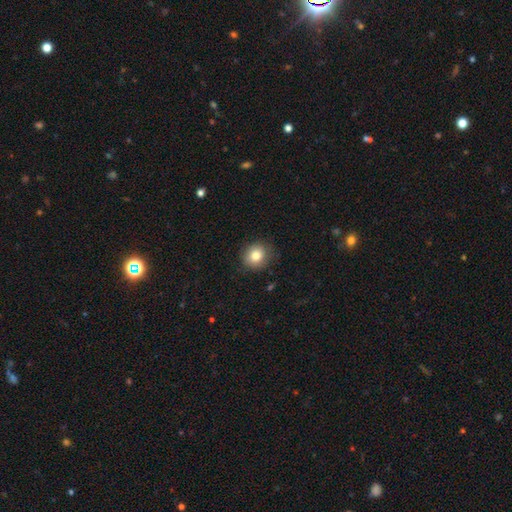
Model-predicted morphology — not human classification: A smooth galaxy with no disk features (82%) that is round (85%).

Vote fractions:
- Smooth or featured? smooth: 82% / star or artifact: 10% / featured or disk: 8%
- How rounded? round: 85% / in between: 14% / cigar-shaped: 1%
- Merging? none: 85% / minor disturbance: 11% / major disturbance: 3% / merger: 1%